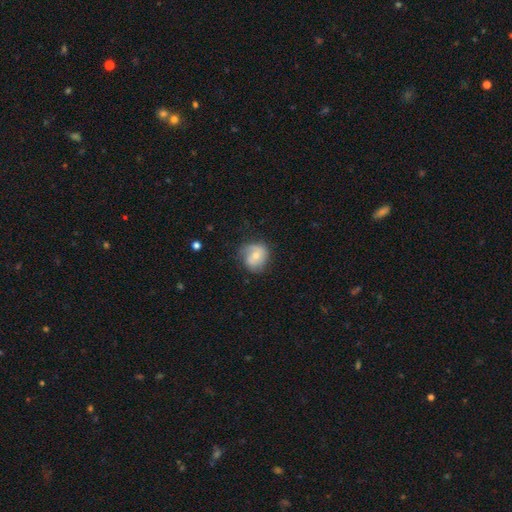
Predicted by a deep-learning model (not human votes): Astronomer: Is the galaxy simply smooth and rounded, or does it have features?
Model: smooth — 51% (runner-up: featured or disk, 41%).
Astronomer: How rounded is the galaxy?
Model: round — 74%.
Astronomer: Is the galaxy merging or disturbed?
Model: none — 59%.